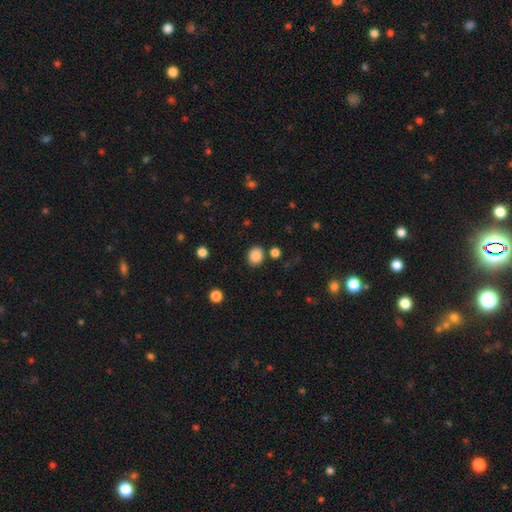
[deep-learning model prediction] A smooth galaxy with no disk features (86%) that is round (65%).

Vote fractions:
- Smooth or featured? smooth: 86% / star or artifact: 10% / featured or disk: 4%
- How rounded? round: 65% / in between: 34% / cigar-shaped: 1%
- Merging? none: 82% / minor disturbance: 10% / merger: 5% / major disturbance: 3%